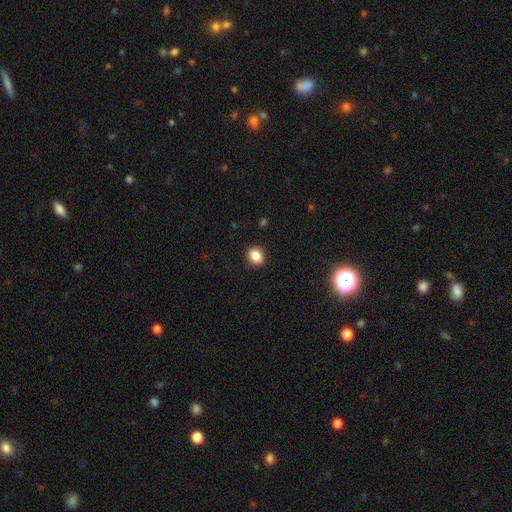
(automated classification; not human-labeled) Overall: smooth (86%). How rounded: round (58%; in between 41%). Merging: none (90%).